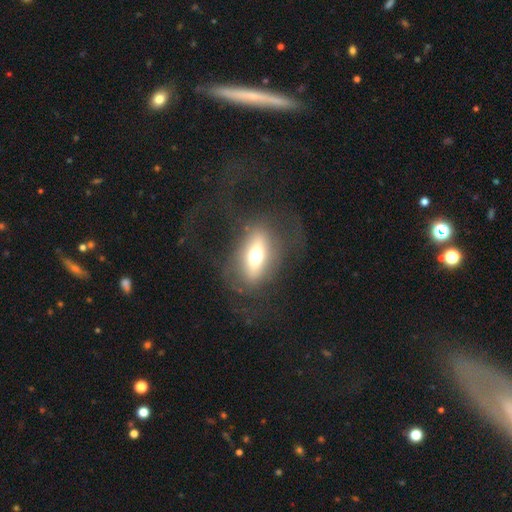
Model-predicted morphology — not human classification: smooth 46%, featured or disk 43%, star or artifact 11%. Down the decision tree: merging — none (66%).